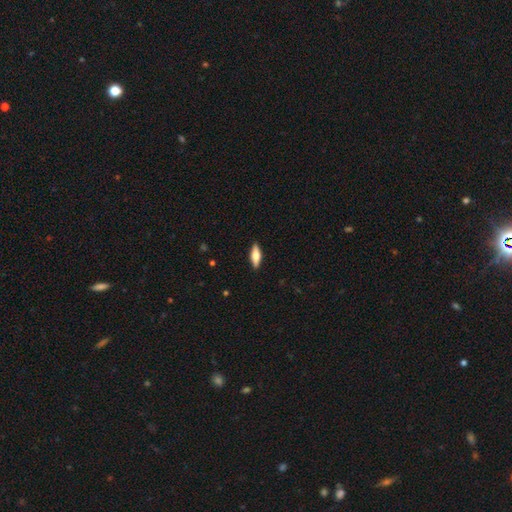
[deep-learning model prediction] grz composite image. It shows a smooth galaxy with no disk features (53%) that is in between round and cigar-shaped (52%). Merging: none (90%).